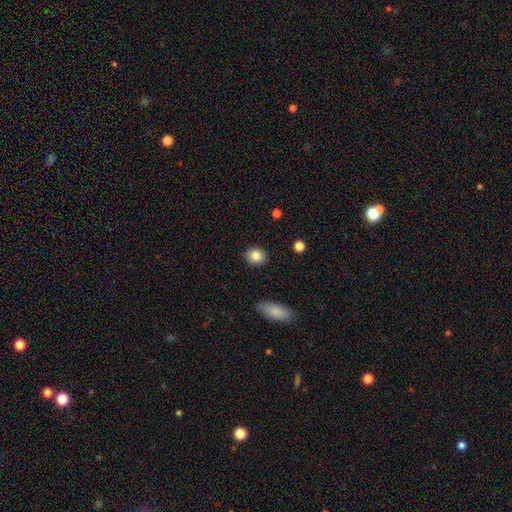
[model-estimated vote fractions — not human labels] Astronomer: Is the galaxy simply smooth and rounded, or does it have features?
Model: smooth — 84%.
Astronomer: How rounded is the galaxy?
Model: round — 65%.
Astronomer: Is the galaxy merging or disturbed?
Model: none — 88%.